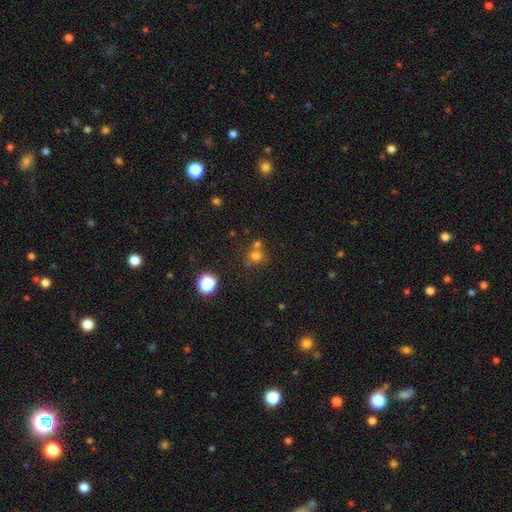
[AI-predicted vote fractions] smooth 70%, star or artifact 20%, featured or disk 10%. Down the decision tree: how rounded — round (86%); merging — none (56%).